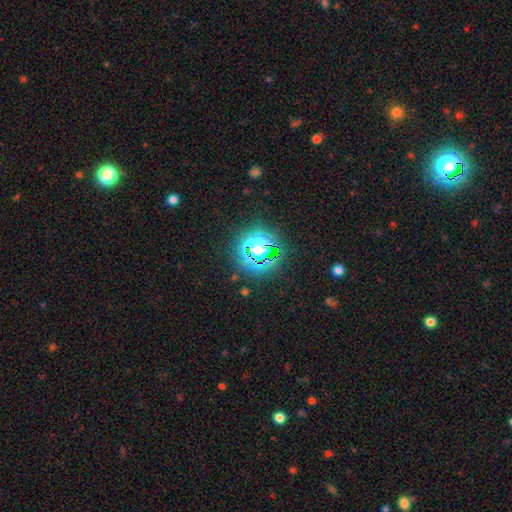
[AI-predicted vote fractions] This is likely a star or artifact rather than a galaxy (67%).